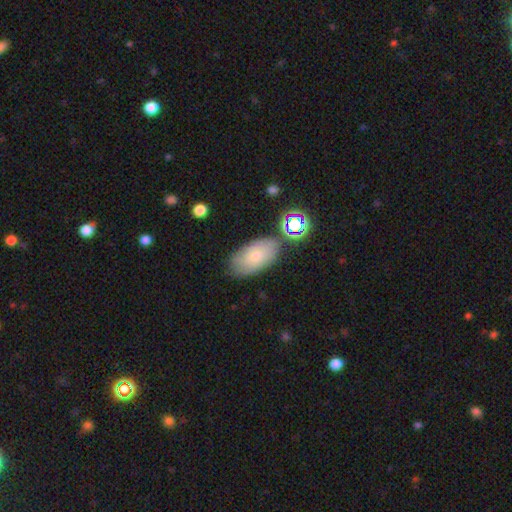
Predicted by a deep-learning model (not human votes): Smooth or featured?
  - smooth: 64% *
  - featured or disk: 25%
  - star or artifact: 11%
How rounded?
  - in between: 92% *
  - round: 5%
  - cigar-shaped: 3%
Merging?
  - none: 72% *
  - minor disturbance: 17%
  - merger: 6%
  - major disturbance: 5%